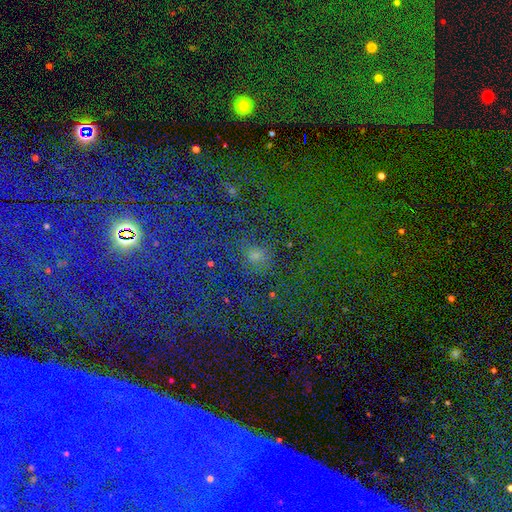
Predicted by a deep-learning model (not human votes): A smooth galaxy with no disk features (47%).

Vote fractions:
- Smooth or featured? smooth: 47% / star or artifact: 43% / featured or disk: 11%
- Merging? none: 67% / minor disturbance: 15% / major disturbance: 11% / merger: 7%